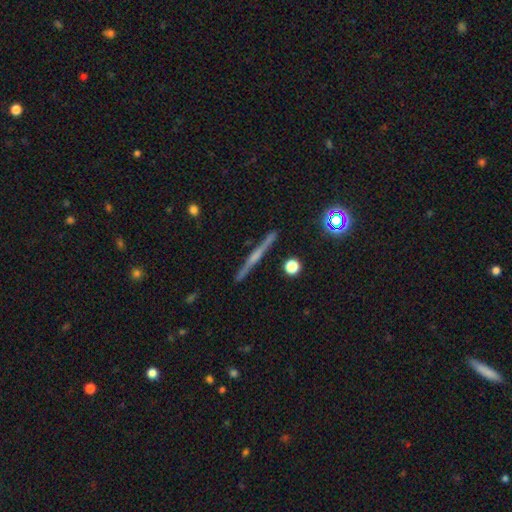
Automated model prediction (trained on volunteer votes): A featured or disk galaxy (70%) viewed edge-on (98%) with a rounded central bulge (59%). Merging: none (91%).